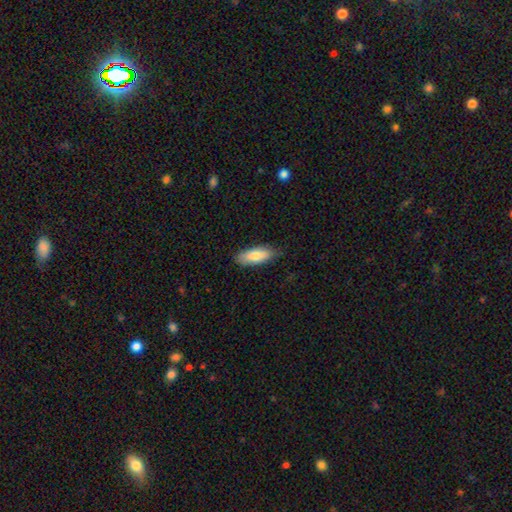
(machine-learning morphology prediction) Smooth or featured?
  - smooth: 80% *
  - featured or disk: 14%
  - star or artifact: 6%
How rounded?
  - in between: 72% *
  - cigar-shaped: 27%
  - round: 2%
Merging?
  - none: 80% *
  - minor disturbance: 17%
  - major disturbance: 3%
  - merger: 1%